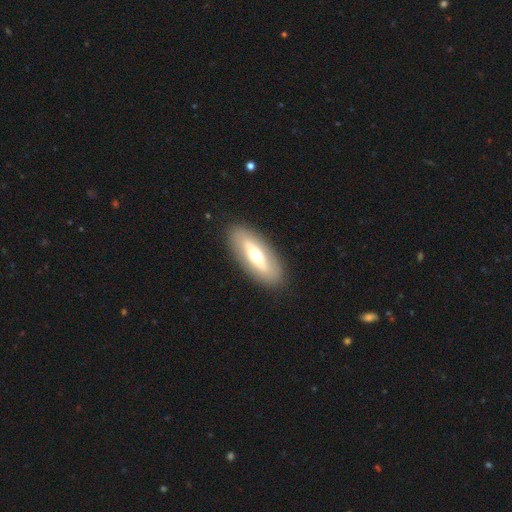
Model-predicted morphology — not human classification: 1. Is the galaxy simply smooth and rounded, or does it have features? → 48% smooth, 47% featured or disk, 5% star or artifact.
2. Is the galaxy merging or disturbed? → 88% none, 8% minor disturbance, 3% major disturbance, 1% merger.